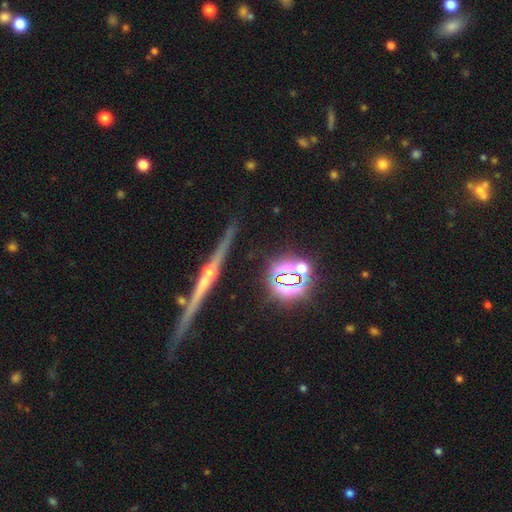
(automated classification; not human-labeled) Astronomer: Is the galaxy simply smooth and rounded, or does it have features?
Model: featured or disk — 65%.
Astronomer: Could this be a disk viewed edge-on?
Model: yes — 95%.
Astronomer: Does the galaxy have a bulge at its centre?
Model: rounded — 67%.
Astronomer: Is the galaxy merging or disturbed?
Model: none — 85%.